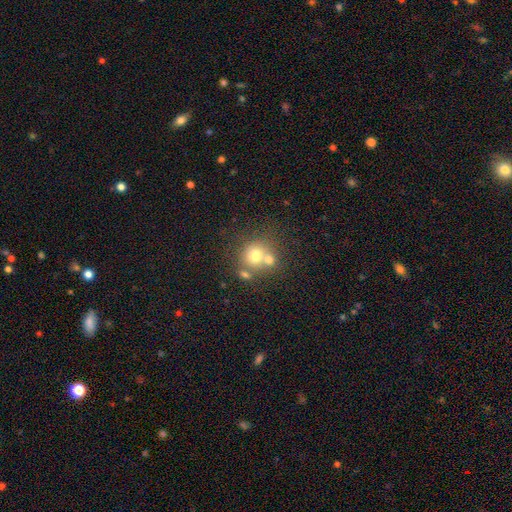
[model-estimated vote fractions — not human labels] Smooth or featured? smooth (70%)
How rounded? round (84%)
Merging? none (45%)